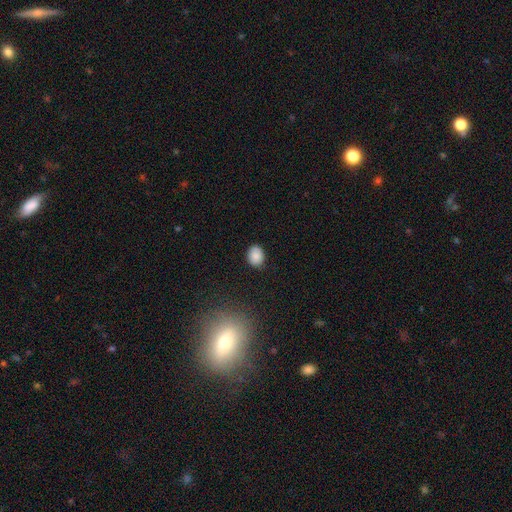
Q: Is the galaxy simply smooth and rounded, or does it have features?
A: smooth — 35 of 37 (95%).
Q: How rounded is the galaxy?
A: in between — 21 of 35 (60%).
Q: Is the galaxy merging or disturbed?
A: none — 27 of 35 (77%).